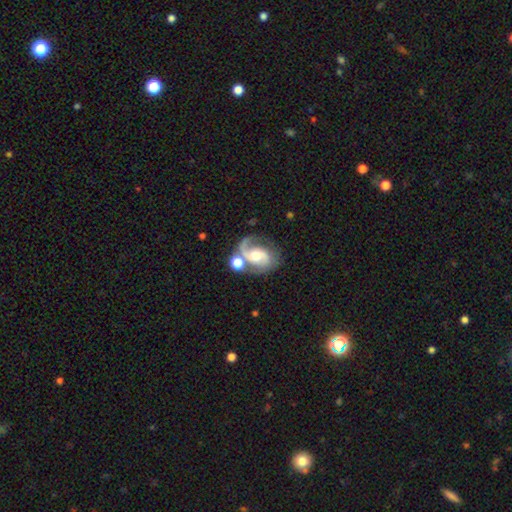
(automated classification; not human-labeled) Morphology: type=featured or disk (84%); edge-on=no (98%); bar=no (50%); spiral arms=yes (96%); winding=medium (53%); arm count=2 (69%); bulge=moderate (63%); merging=none (49%).